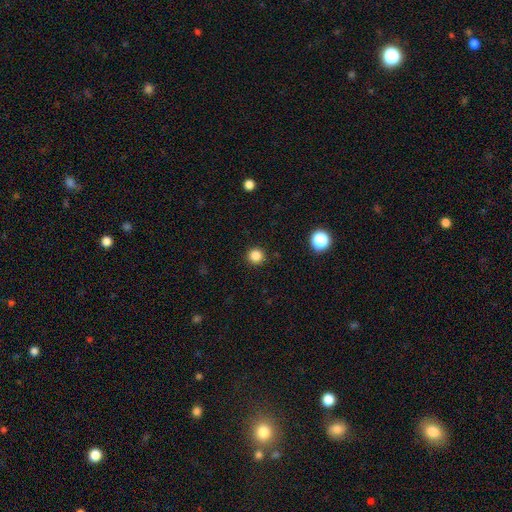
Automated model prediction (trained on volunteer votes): Smooth or featured? Predicted: smooth (p=0.84). How rounded? Predicted: round (p=0.95). Merging? Predicted: none (p=0.92).